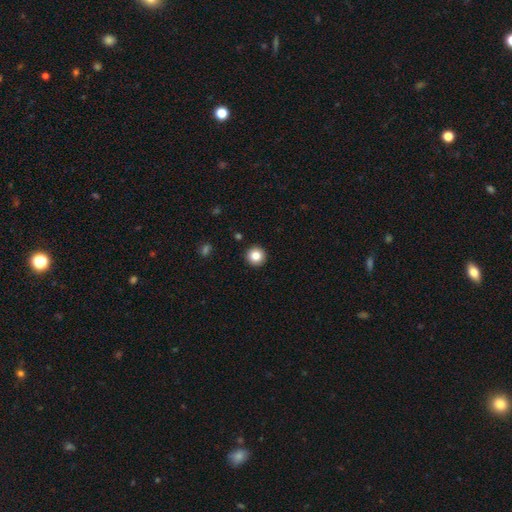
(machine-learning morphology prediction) Smooth or featured? smooth (85%)
How rounded? round (96%)
Merging? none (93%)